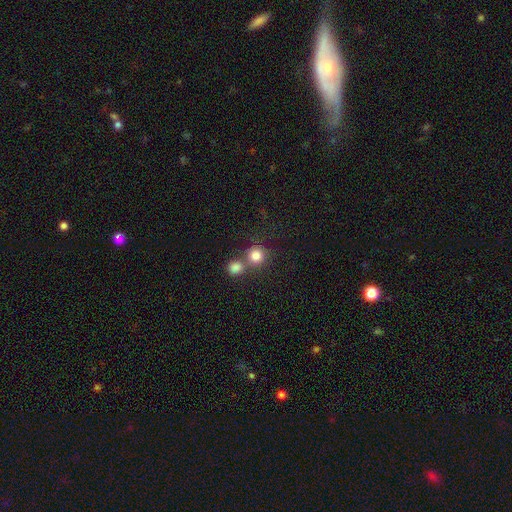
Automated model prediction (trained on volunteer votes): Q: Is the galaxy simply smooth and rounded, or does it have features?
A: smooth — 81%.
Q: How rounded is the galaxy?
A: round — 91%.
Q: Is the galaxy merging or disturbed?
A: none — 56%.